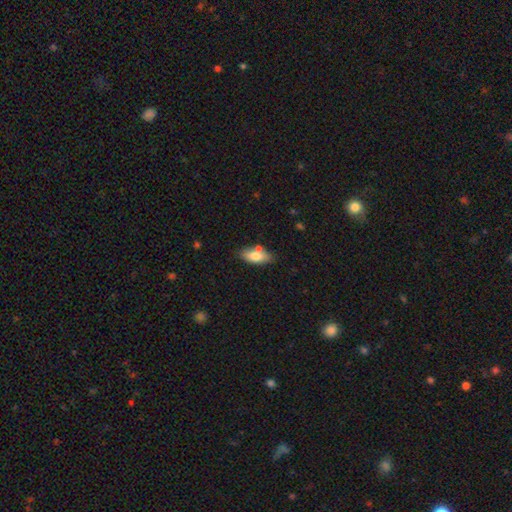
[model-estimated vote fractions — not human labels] This appears to be a smooth galaxy with no disk features (74%) that is in between round and cigar-shaped (81%). Merging: none (73%).